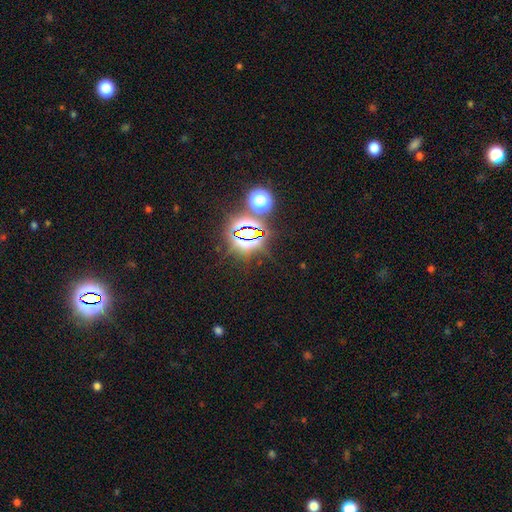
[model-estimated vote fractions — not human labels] Smooth or featured? star or artifact (79%)